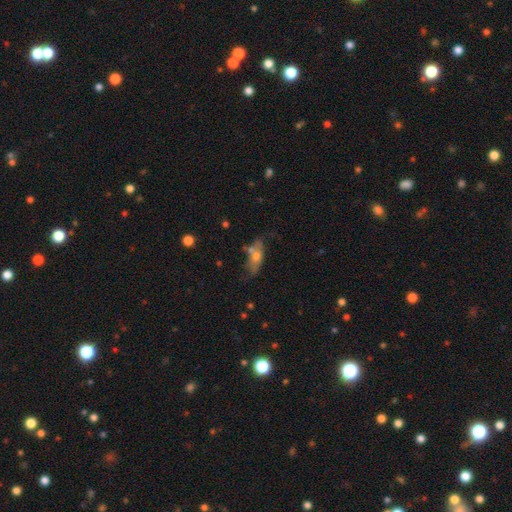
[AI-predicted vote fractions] This appears to be a smooth galaxy with no disk features (52%) that is in between round and cigar-shaped (67%). Merging: none (48%).